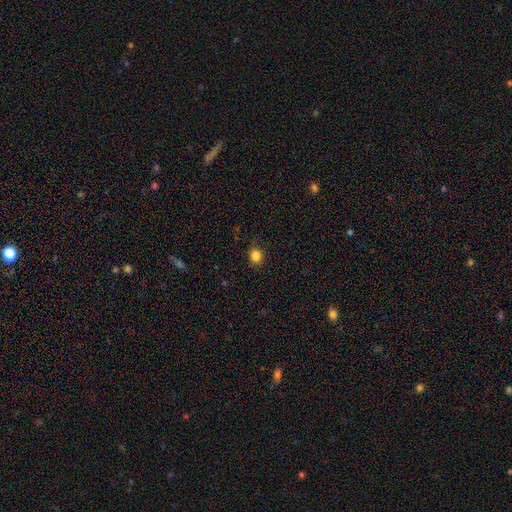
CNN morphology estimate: This is clearly a smooth galaxy (85%). How rounded: likely round (64%). Merging: clearly none (85%).